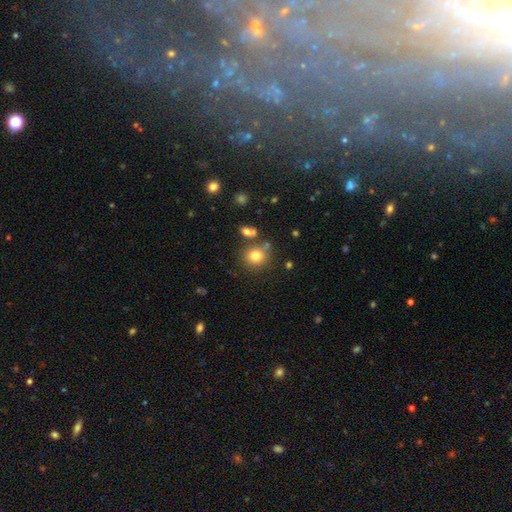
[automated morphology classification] Q: Smooth or featured?
A: smooth (78%); runner-up: star or artifact (12%)
Q: How rounded?
A: round (86%); runner-up: in between (13%)
Q: Merging?
A: none (72%); runner-up: merger (12%)